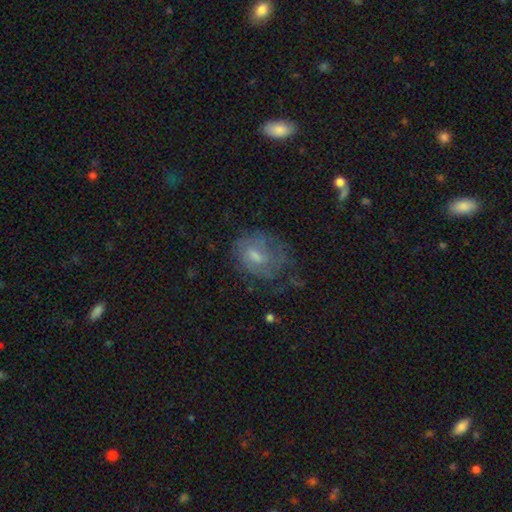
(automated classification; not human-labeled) Smooth or featured: featured or disk — 52% (smooth — 39%)
Edge-on disk: no — 96% (yes — 4%)
Merging: none — 47% (minor disturbance — 27%)